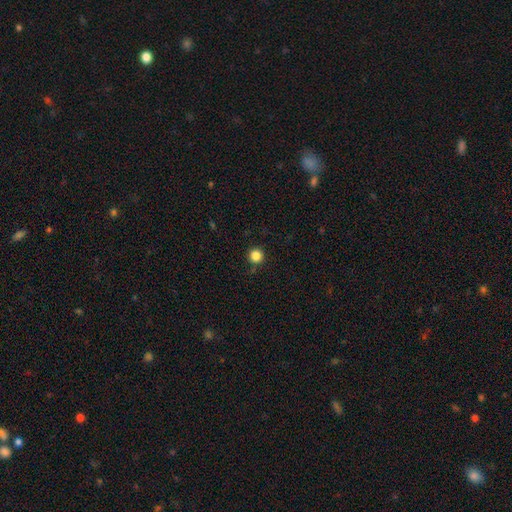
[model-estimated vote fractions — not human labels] Smooth or featured? smooth (85%)
How rounded? round (96%)
Merging? none (90%)